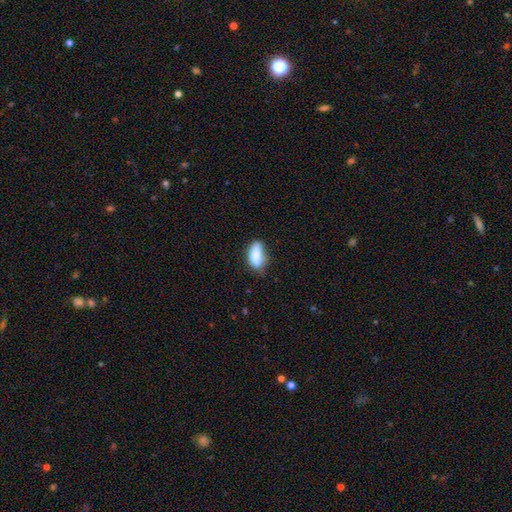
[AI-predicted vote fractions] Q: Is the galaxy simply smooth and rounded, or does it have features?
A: smooth — 84%.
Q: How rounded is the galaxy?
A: in between — 84%.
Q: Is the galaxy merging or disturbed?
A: none — 54%.